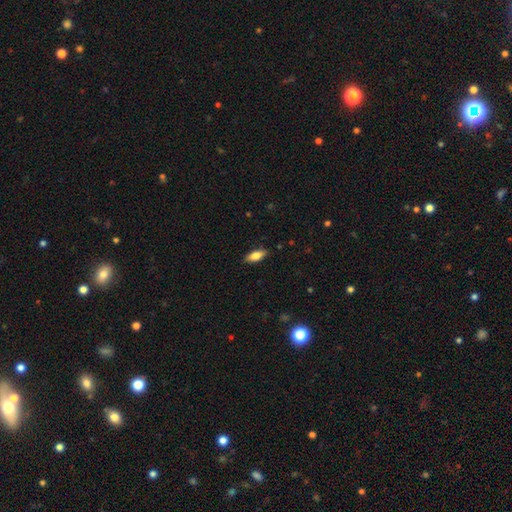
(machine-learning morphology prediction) This appears to be a smooth galaxy with no disk features (79%) that is in between round and cigar-shaped (78%). Merging: none (87%).